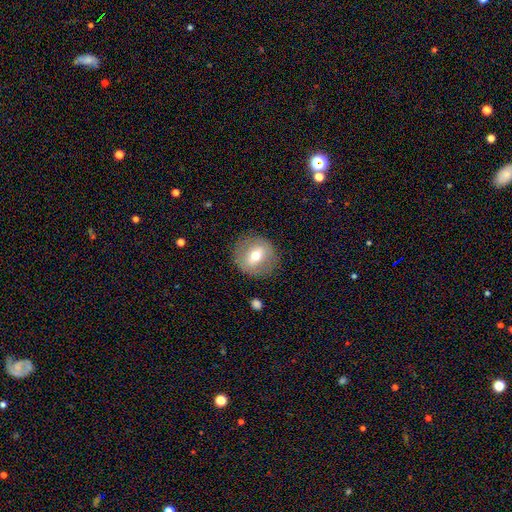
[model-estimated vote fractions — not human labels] A smooth galaxy with no disk features (53%) that is round (84%).

Vote fractions:
- Smooth or featured? smooth: 53% / featured or disk: 38% / star or artifact: 9%
- How rounded? round: 84% / in between: 15% / cigar-shaped: 1%
- Merging? none: 84% / minor disturbance: 10% / major disturbance: 4% / merger: 1%